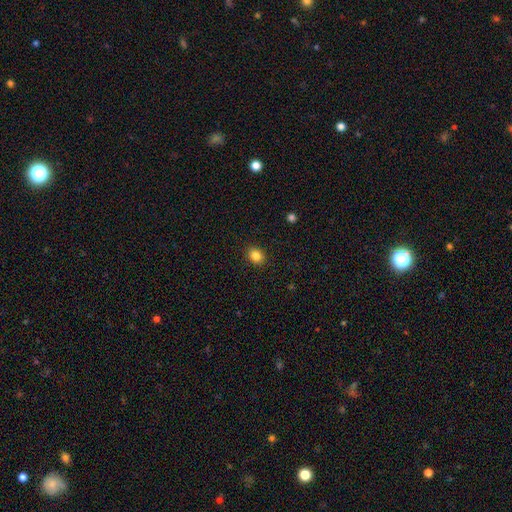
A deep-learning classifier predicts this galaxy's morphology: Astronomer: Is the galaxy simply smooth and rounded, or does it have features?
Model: smooth — 84%.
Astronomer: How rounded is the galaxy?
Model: round — 57% (runner-up: in between, 42%).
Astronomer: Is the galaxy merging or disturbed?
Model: none — 90%.